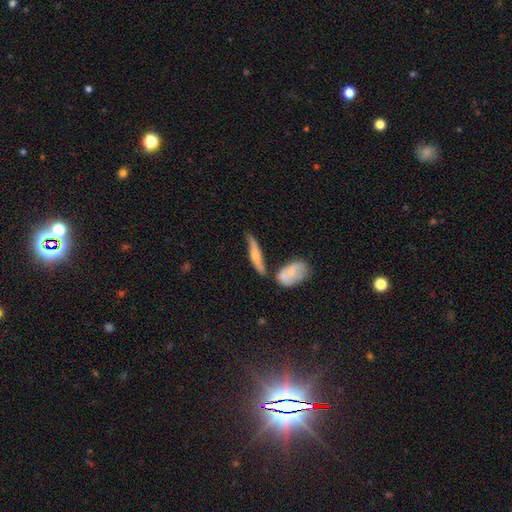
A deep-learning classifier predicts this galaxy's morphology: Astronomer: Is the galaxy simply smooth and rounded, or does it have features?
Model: featured or disk — 50% (runner-up: smooth, 43%).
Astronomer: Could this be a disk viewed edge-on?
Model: yes — 76%.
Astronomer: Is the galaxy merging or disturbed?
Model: none — 53%.